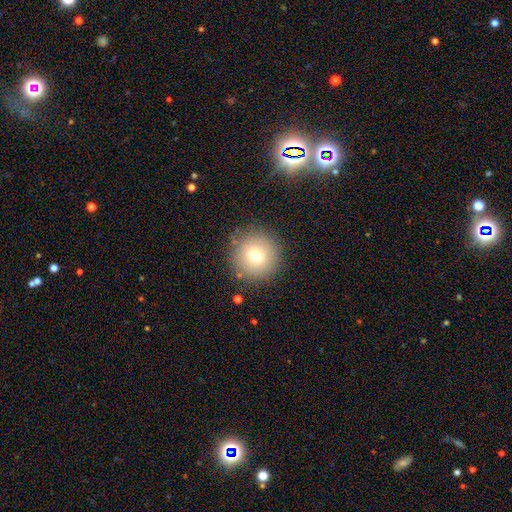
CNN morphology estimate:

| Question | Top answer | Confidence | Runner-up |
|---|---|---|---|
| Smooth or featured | smooth | 73% | featured or disk (14%) |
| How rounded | round | 95% | in between (4%) |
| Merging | none | 88% | minor disturbance (7%) |